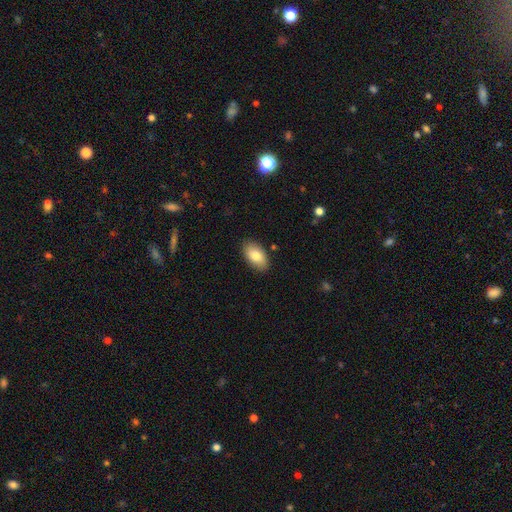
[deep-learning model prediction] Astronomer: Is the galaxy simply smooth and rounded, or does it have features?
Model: smooth — 80%.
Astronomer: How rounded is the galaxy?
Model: in between — 94%.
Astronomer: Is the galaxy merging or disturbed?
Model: none — 87%.